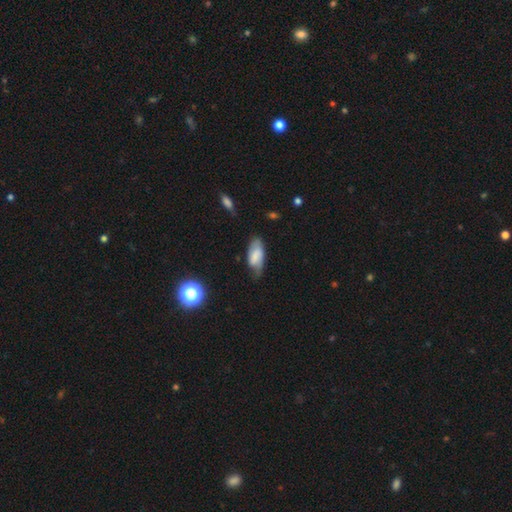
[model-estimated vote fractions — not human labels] smooth_or_featured: smooth (p=0.64) [alt: featured or disk p=0.28]
how_rounded: in between (p=0.88) [alt: cigar-shaped p=0.09]
merging: none (p=0.51) [alt: minor disturbance p=0.36]